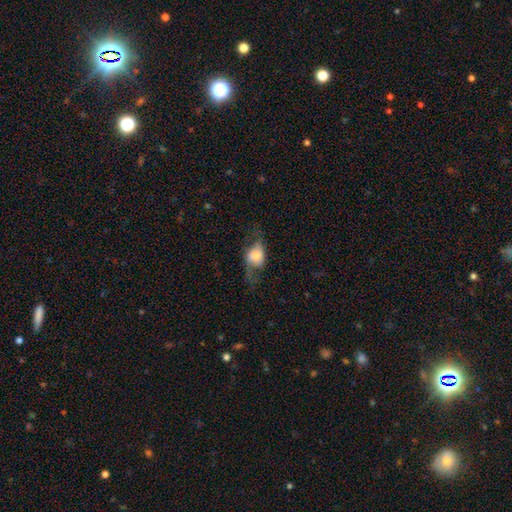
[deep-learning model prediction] smooth_or_featured: featured or disk (p=0.46) [tied with: smooth p=0.46]
merging: none (p=0.50) [alt: major disturbance p=0.25]